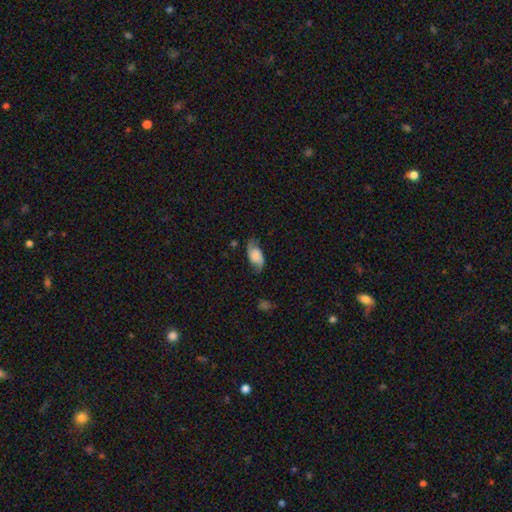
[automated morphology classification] smooth-or-featured: smooth: 51% | featured or disk: 40% | star or artifact: 9%
  how-rounded: in between: 91% | round: 5% | cigar-shaped: 4%
  merging: none: 65% | minor disturbance: 24% | major disturbance: 9% | merger: 2%